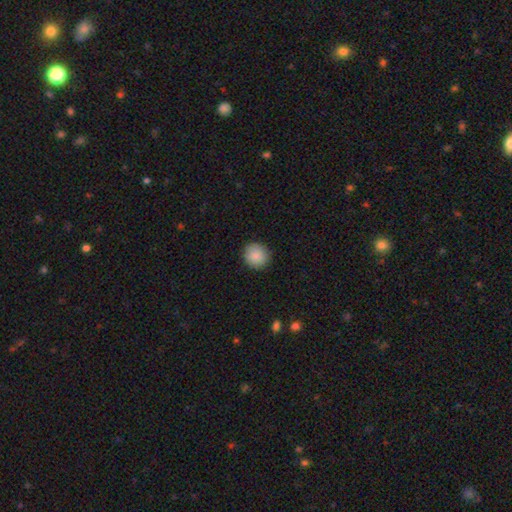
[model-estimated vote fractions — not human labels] Smooth or featured: smooth — 89% (star or artifact — 8%)
How rounded: round — 90% (in between — 9%)
Merging: none — 90% (minor disturbance — 7%)